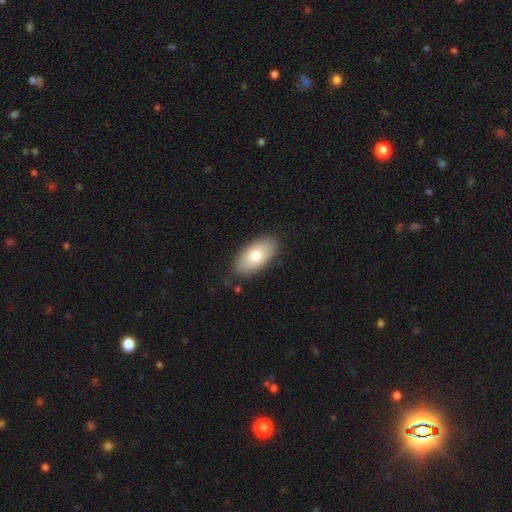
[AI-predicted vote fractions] Smooth or featured: smooth — 75% (featured or disk — 19%)
How rounded: in between — 93% (cigar-shaped — 4%)
Merging: none — 85% (minor disturbance — 12%)